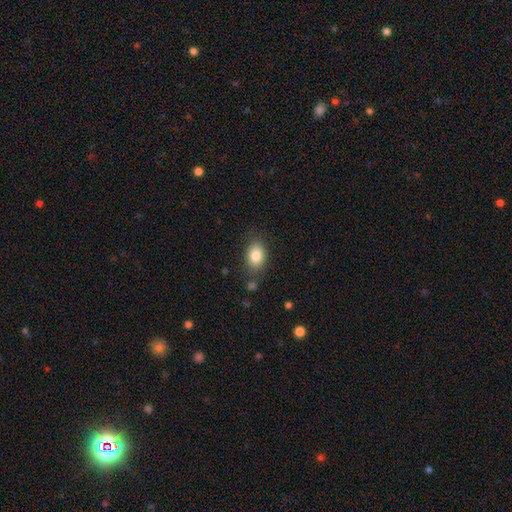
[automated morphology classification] A smooth galaxy with no disk features (83%) that is in between round and cigar-shaped (79%). Merging: none (77%).